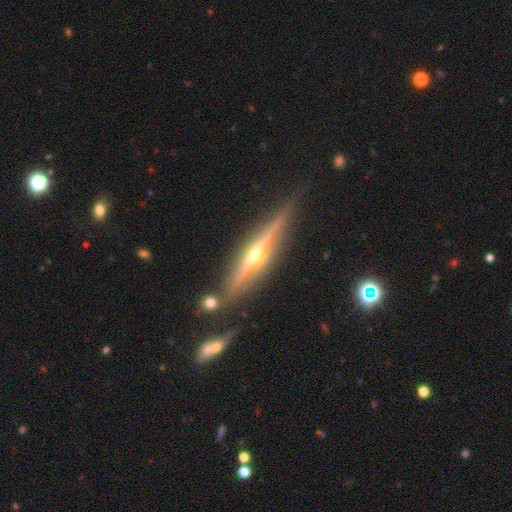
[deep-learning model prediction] Morphology: type=featured or disk (85%); edge-on=yes (97%); edge-on bulge=rounded (92%); merging=none (85%).